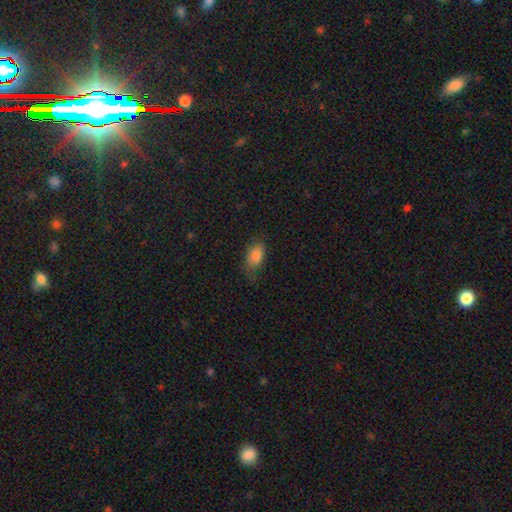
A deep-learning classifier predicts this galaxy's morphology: Q: Smooth or featured?
A: smooth (84%); runner-up: star or artifact (8%)
Q: How rounded?
A: in between (90%); runner-up: round (6%)
Q: Merging?
A: none (62%); runner-up: minor disturbance (26%)